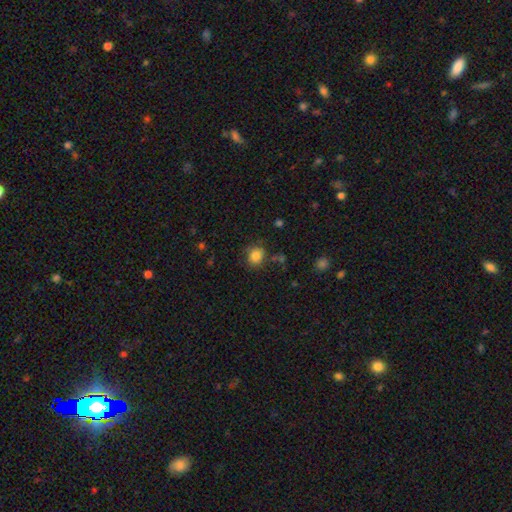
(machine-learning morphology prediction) The model was most divided on "how rounded": round: 75%, in between: 24%, cigar-shaped: 1%. More confident: smooth or featured — smooth (83%); merging — none (78%).